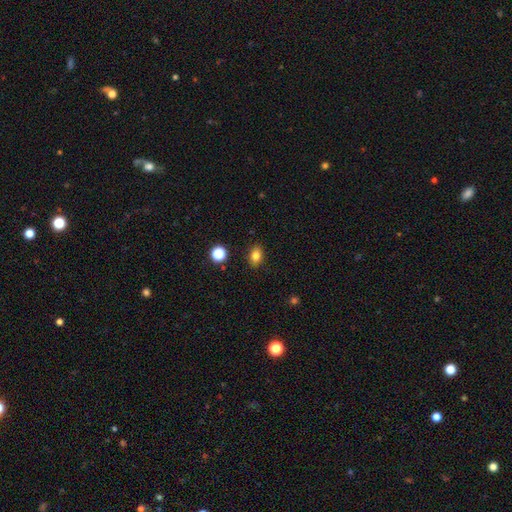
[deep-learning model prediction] This appears to be a smooth galaxy with no disk features (81%) that is in between round and cigar-shaped (76%). Merging: none (88%).